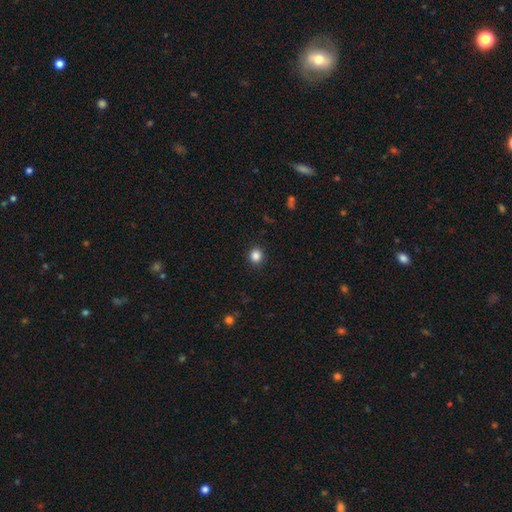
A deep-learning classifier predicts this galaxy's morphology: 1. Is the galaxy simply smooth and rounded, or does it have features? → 86% smooth, 11% star or artifact, 3% featured or disk.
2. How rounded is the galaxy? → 87% round, 12% in between, 1% cigar-shaped.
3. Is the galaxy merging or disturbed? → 91% none, 6% minor disturbance, 2% major disturbance, 1% merger.